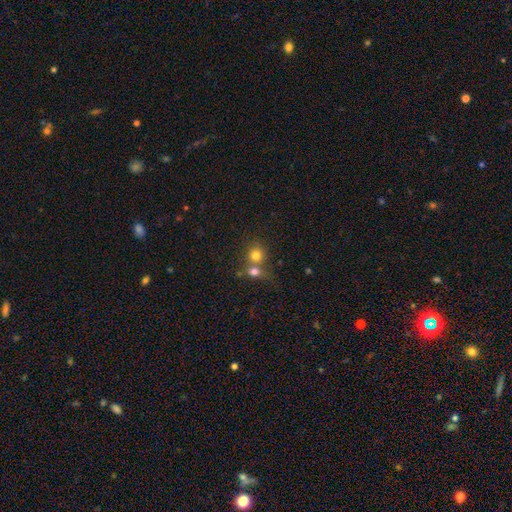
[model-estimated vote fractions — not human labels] Smooth or featured? Predicted: smooth (p=0.77). How rounded? Predicted: round (p=0.84). Merging? Predicted: merger (p=0.48).